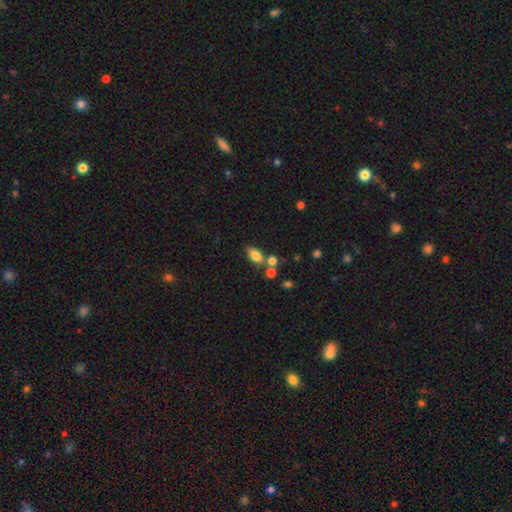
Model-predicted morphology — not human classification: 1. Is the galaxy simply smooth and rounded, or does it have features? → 78% smooth, 11% featured or disk, 10% star or artifact.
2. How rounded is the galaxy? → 84% in between, 9% round, 7% cigar-shaped.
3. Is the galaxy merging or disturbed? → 58% none, 23% merger, 14% minor disturbance, 5% major disturbance.